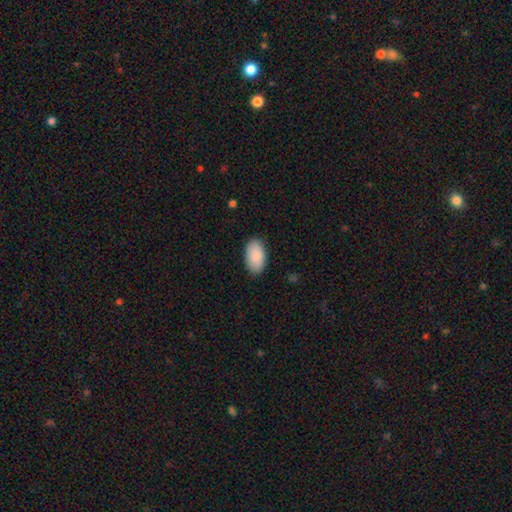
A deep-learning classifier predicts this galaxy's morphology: Smooth or featured?
  - smooth: 90% *
  - star or artifact: 6%
  - featured or disk: 5%
How rounded?
  - in between: 95% *
  - round: 3%
  - cigar-shaped: 1%
Merging?
  - none: 88% *
  - minor disturbance: 9%
  - major disturbance: 2%
  - merger: 1%